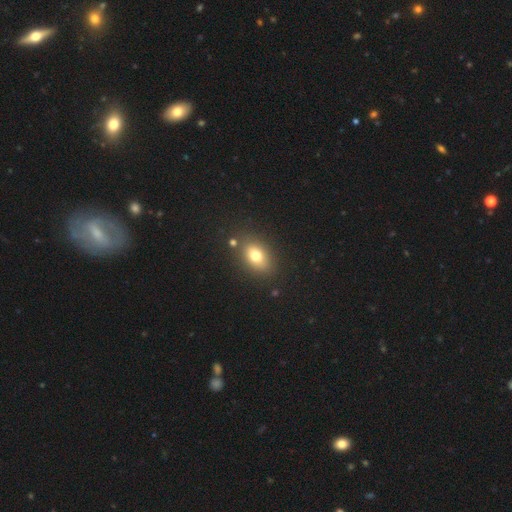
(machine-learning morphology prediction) type=smooth (74%); roundness=in between (76%); merging=none (80%).